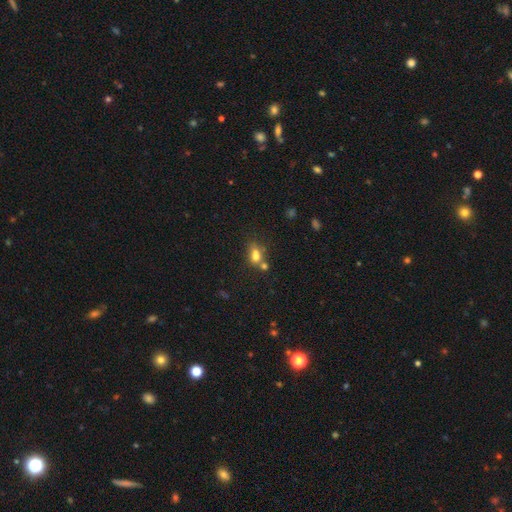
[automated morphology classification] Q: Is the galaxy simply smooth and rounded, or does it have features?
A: smooth — 70%.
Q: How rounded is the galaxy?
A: in between — 64%.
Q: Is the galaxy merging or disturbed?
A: merger — 47%.